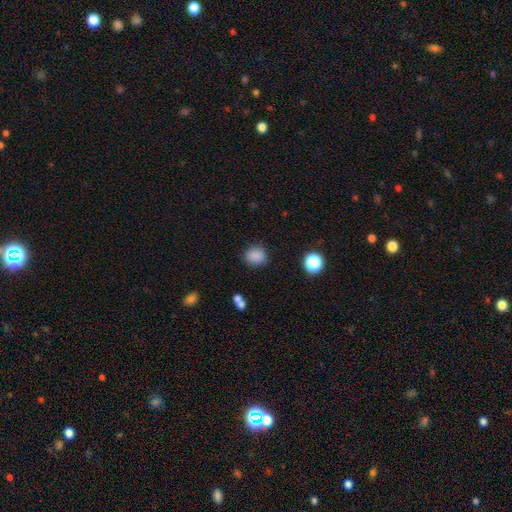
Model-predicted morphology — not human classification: Smooth or featured? Predicted: smooth (p=0.84). How rounded? Predicted: round (p=0.70). Merging? Predicted: none (p=0.82).